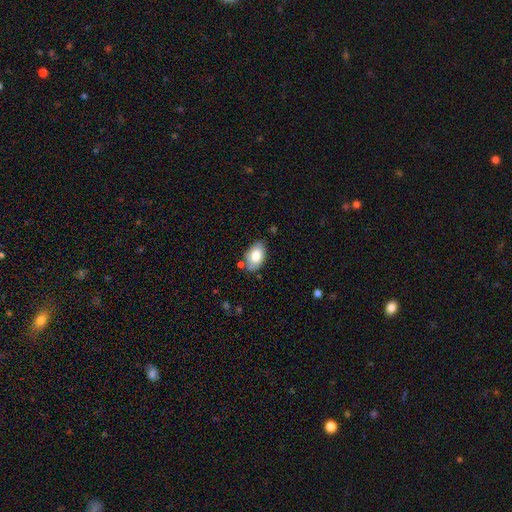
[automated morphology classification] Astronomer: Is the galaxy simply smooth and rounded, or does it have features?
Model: smooth — 77%.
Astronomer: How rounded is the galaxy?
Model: in between — 90%.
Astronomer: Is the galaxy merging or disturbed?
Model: none — 76%.